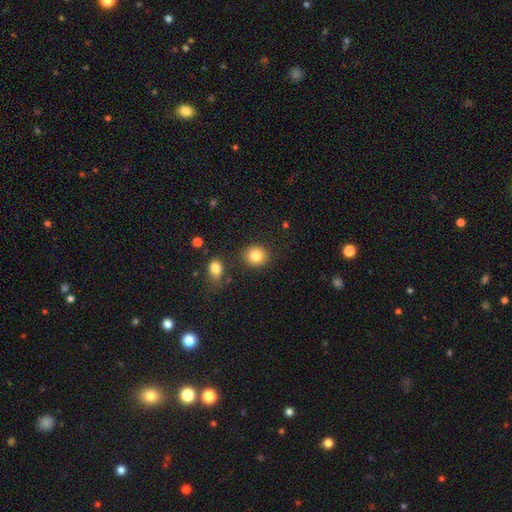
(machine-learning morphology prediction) Overall: smooth (83%). How rounded: round (81%). Merging: none (85%).